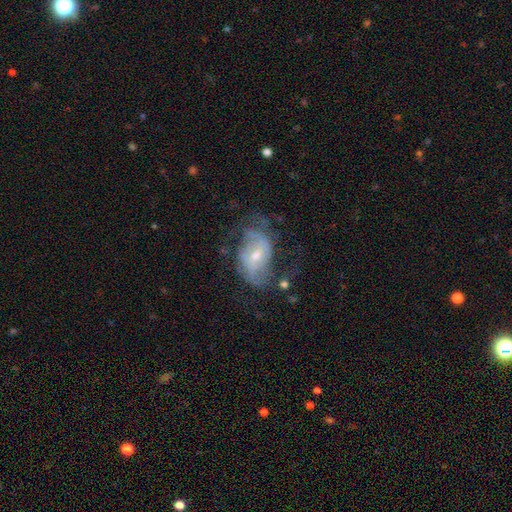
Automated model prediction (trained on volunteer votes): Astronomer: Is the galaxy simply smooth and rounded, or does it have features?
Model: featured or disk — 76%.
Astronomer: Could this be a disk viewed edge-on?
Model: no — 96%.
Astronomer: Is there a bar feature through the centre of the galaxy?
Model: weak — 49% (runner-up: no, 32%).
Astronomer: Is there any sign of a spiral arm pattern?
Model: yes — 81%.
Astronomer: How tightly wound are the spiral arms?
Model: medium — 41% (runner-up: loose, 32%).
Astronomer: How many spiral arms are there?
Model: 2 — 58%.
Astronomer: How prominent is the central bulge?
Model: small — 50% (runner-up: moderate, 45%).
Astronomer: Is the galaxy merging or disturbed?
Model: none — 49% (runner-up: major disturbance, 25%).